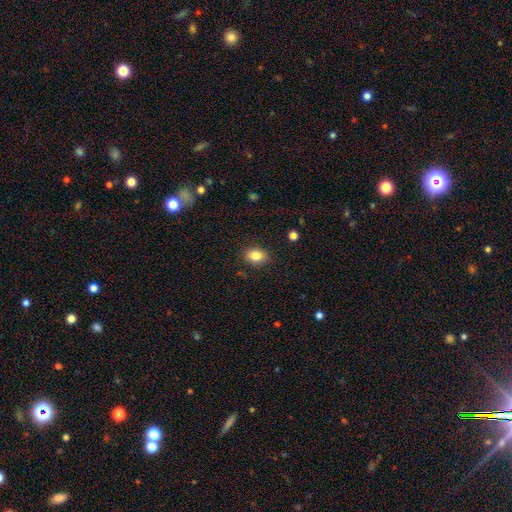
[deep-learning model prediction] smooth_or_featured: smooth (p=0.84) [alt: star or artifact p=0.09]
how_rounded: in between (p=0.75) [alt: round p=0.24]
merging: none (p=0.88) [alt: minor disturbance p=0.09]